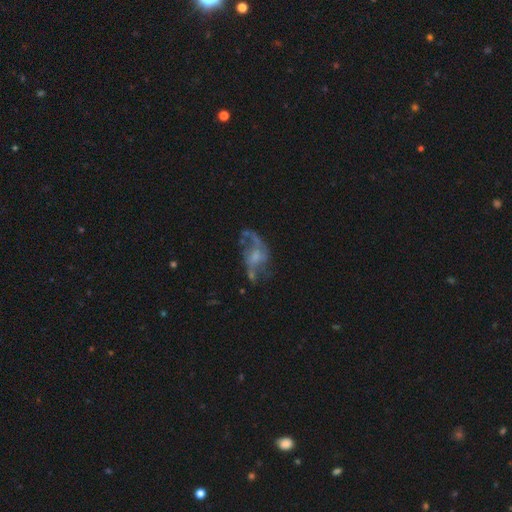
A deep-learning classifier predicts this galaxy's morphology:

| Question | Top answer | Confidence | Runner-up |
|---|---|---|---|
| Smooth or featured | featured or disk | 73% | smooth (17%) |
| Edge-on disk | no | 96% | yes (4%) |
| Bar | no | 62% | weak (32%) |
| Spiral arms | yes | 73% | no (27%) |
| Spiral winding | loose | 70% | medium (24%) |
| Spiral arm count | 2 | 68% | can't tell (14%) |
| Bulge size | small | 42% | moderate (32%) |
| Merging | none | 47% | major disturbance (28%) |